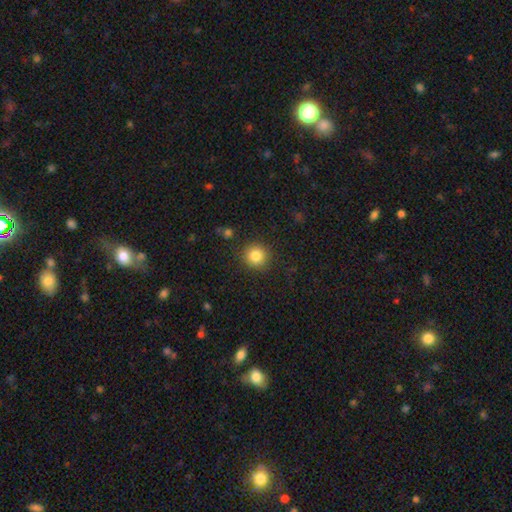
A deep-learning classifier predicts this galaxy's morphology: smooth 84%, star or artifact 10%, featured or disk 6%. Down the decision tree: how rounded — round (93%); merging — none (89%).